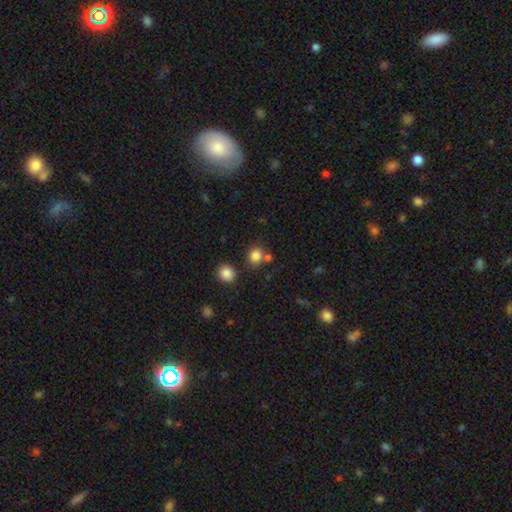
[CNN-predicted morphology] The model was most divided on "merging": none: 68%, merger: 18%, minor disturbance: 10%, major disturbance: 4%. More confident: smooth or featured — smooth (82%); how rounded — round (77%).